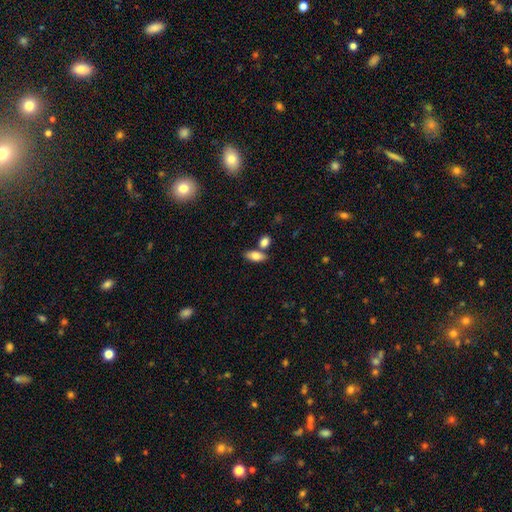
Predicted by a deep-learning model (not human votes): Smooth or featured?
  - smooth: 79% *
  - featured or disk: 14%
  - star or artifact: 7%
How rounded?
  - in between: 84% *
  - cigar-shaped: 12%
  - round: 4%
Merging?
  - none: 66% *
  - merger: 19%
  - minor disturbance: 12%
  - major disturbance: 3%